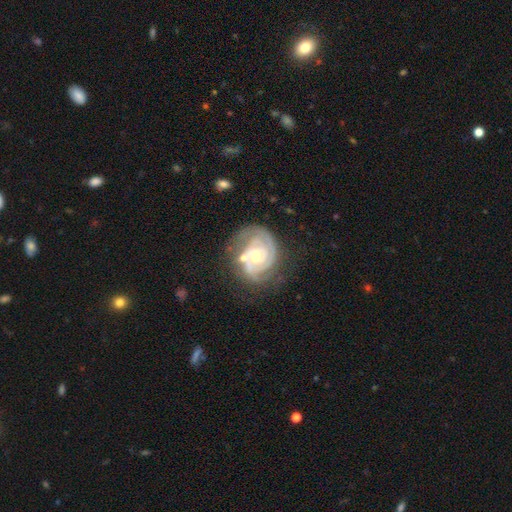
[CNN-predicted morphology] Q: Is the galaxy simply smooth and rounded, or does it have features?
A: featured or disk — 87%.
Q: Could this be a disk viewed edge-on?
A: no — 98%.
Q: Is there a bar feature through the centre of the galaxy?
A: no — 73%.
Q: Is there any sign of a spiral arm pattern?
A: yes — 95%.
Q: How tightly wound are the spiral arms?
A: tight — 75%.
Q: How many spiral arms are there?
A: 2 — 41%.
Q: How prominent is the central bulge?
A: moderate — 59%.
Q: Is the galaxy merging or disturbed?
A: none — 58%.